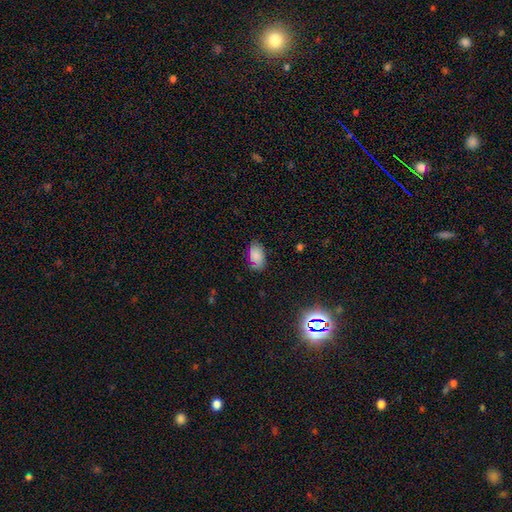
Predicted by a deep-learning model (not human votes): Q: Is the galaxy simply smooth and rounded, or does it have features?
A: smooth — 79%.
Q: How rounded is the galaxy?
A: in between — 92%.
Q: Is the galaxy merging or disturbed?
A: none — 74%.